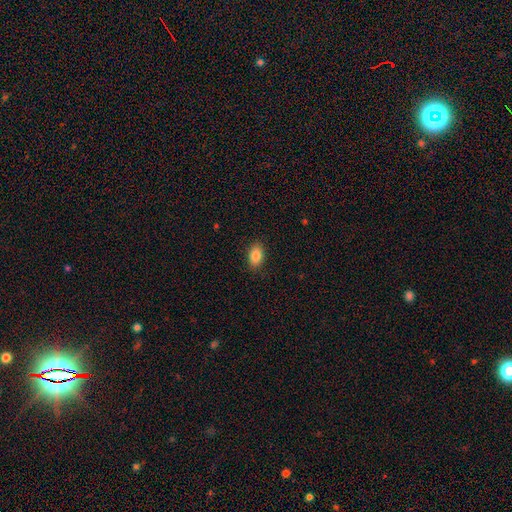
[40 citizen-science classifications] smooth-or-featured: smooth: 92% | star or artifact: 5% | featured or disk: 2%
  how-rounded: in between: 81% | round: 16% | cigar-shaped: 3%
  merging: none: 89% | minor disturbance: 5% | major disturbance: 3% | merger: 3%